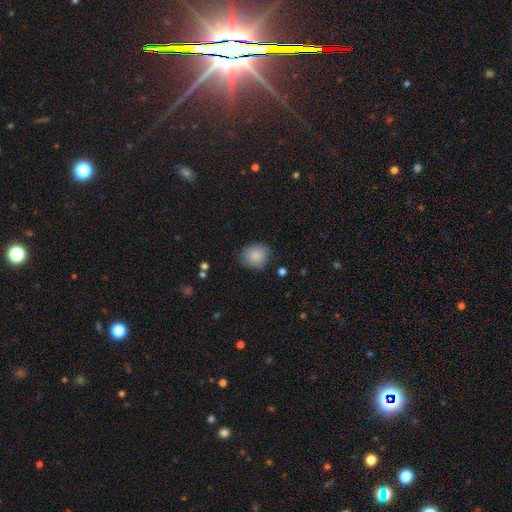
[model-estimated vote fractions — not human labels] This is clearly a smooth galaxy (86%). How rounded: likely round (74%). Merging: likely none (79%).